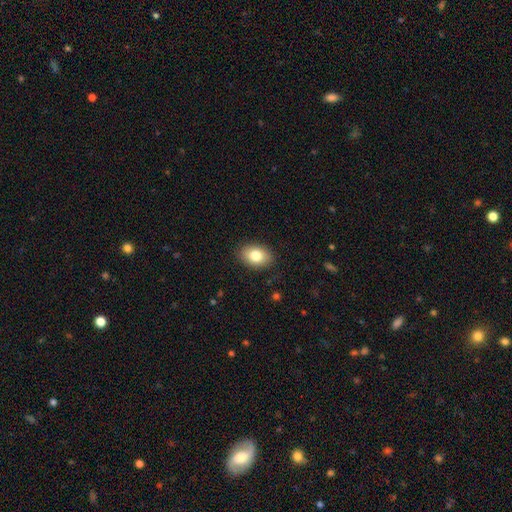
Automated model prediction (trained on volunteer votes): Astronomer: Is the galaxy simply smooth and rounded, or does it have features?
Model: smooth — 81%.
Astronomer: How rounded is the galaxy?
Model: in between — 80%.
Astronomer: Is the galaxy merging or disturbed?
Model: none — 87%.